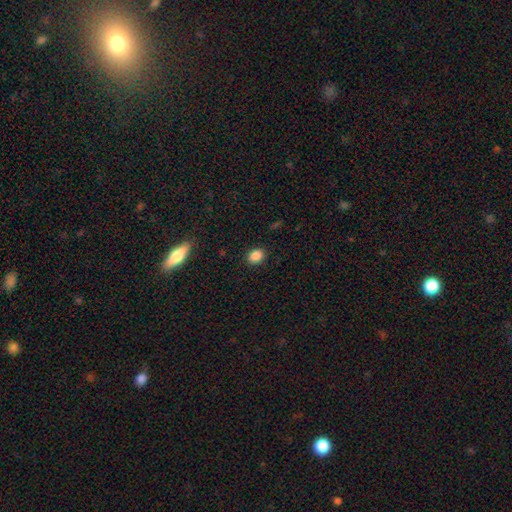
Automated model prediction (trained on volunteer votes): smooth-or-featured: smooth: 86% | star or artifact: 10% | featured or disk: 4%
  how-rounded: in between: 56% | round: 43% | cigar-shaped: 1%
  merging: none: 88% | minor disturbance: 8% | major disturbance: 2% | merger: 1%